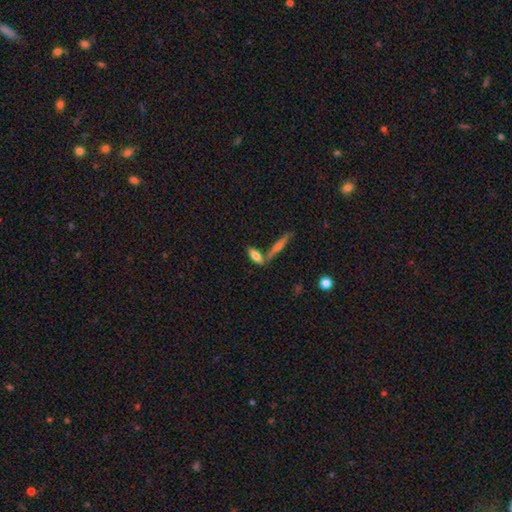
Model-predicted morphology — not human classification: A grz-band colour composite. It shows a smooth galaxy with no disk features (67%) that is in between round and cigar-shaped (60%). Merging: none (59%).